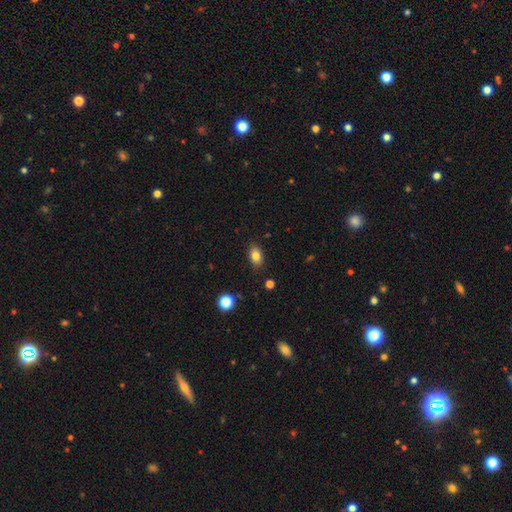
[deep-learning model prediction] Smooth or featured? smooth (82%)
How rounded? in between (84%)
Merging? none (86%)